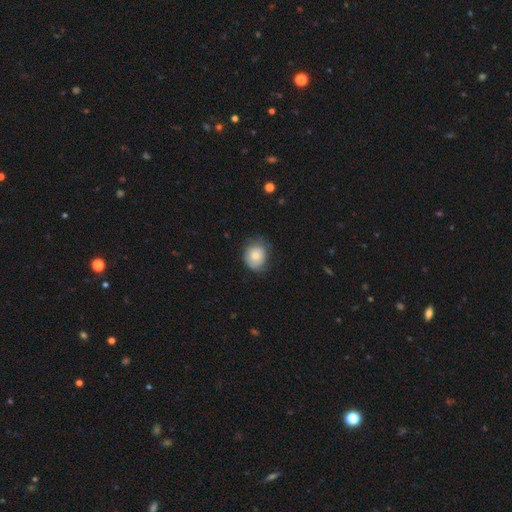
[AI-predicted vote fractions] Overall: smooth (74%). How rounded: round (63%; in between 36%). Merging: none (63%; minor disturbance 27%).